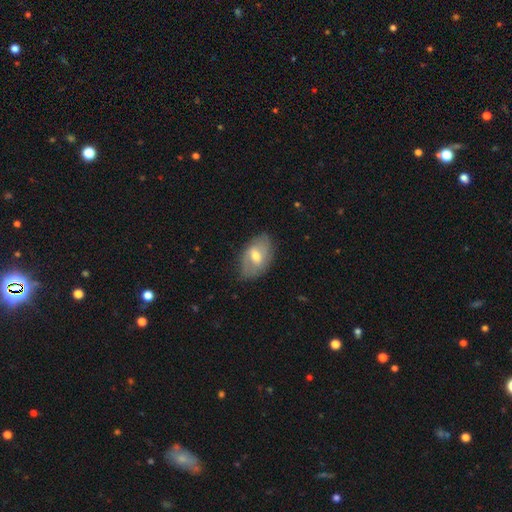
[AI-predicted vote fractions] smooth_or_featured: featured or disk (p=0.47) [alt: smooth p=0.46]
merging: none (p=0.73) [alt: minor disturbance p=0.20]